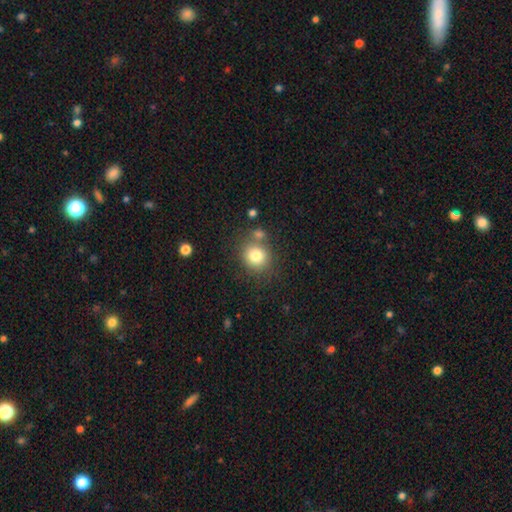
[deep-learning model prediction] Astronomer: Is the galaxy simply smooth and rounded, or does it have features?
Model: smooth — 79%.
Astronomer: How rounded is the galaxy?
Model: round — 84%.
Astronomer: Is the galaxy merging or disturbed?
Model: none — 71%.